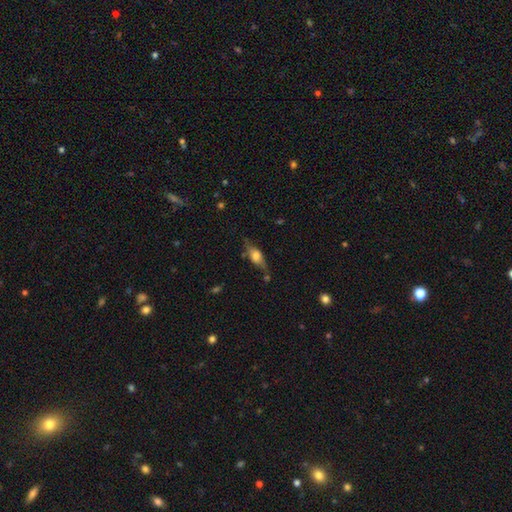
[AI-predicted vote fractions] smooth-or-featured: smooth: 49% | featured or disk: 43% | star or artifact: 8%
  merging: none: 63% | minor disturbance: 24% | major disturbance: 8% | merger: 5%